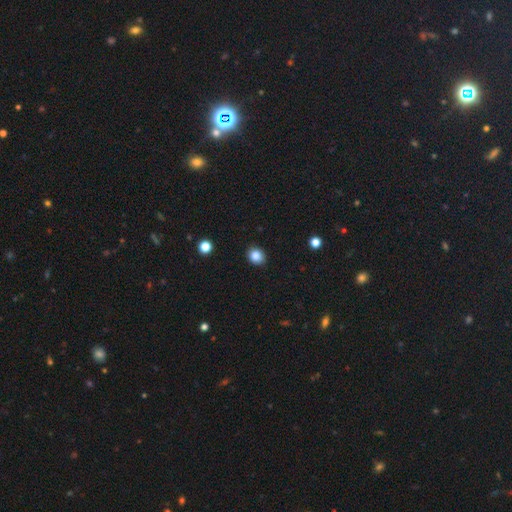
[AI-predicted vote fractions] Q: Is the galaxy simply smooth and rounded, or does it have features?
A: smooth — 86%.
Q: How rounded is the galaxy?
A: round — 71%.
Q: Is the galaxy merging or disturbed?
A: none — 89%.